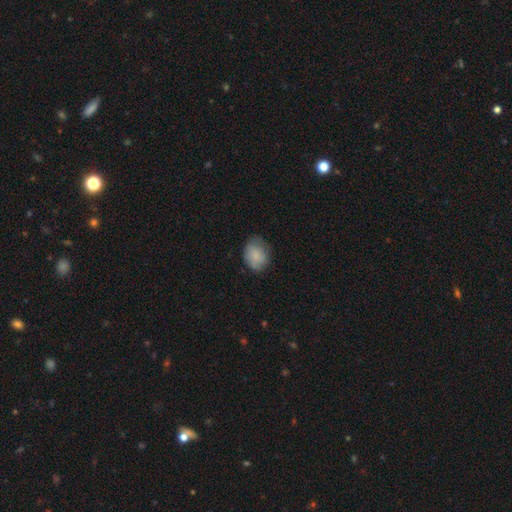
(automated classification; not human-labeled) Overall: smooth (79%). How rounded: in between (52%; round 47%). Merging: none (67%).